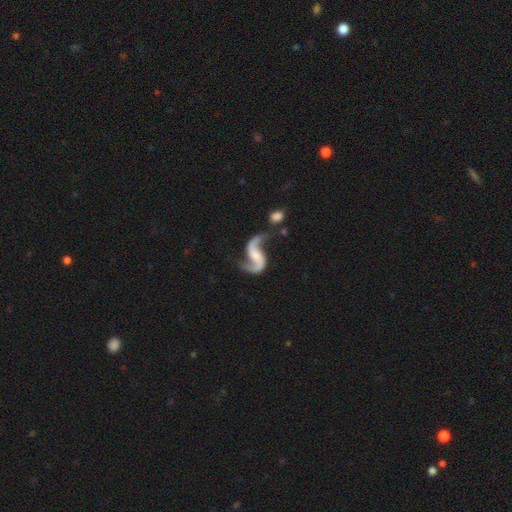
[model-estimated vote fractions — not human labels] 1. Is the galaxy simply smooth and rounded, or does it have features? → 90% featured or disk, 6% smooth, 4% star or artifact.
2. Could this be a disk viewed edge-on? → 97% no, 3% yes.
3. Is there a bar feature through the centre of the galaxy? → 45% no, 35% weak, 20% strong.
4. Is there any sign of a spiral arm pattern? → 96% yes, 4% no.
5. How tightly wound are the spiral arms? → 80% loose, 17% medium, 3% tight.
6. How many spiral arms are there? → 92% 2, 3% 1, 1% can't tell, 1% 3, 1% 4, 1% more than 4.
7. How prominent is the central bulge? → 42% none, 28% small, 20% moderate, 8% large, 2% dominant.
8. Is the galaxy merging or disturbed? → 51% none, 17% minor disturbance, 17% merger, 15% major disturbance.